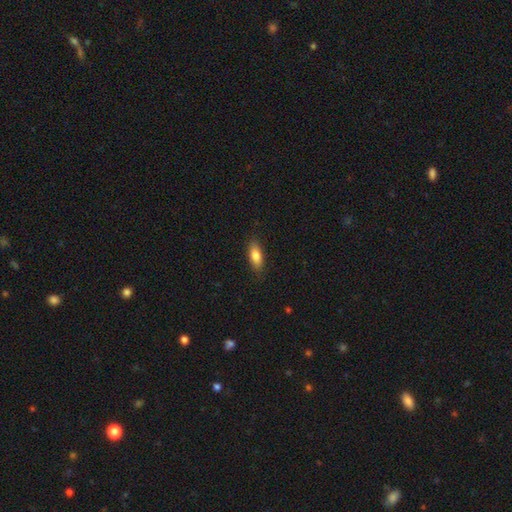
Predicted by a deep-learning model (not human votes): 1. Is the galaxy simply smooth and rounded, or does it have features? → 81% smooth, 13% featured or disk, 7% star or artifact.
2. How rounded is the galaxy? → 75% in between, 23% cigar-shaped, 3% round.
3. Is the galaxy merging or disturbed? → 86% none, 11% minor disturbance, 2% major disturbance, 1% merger.